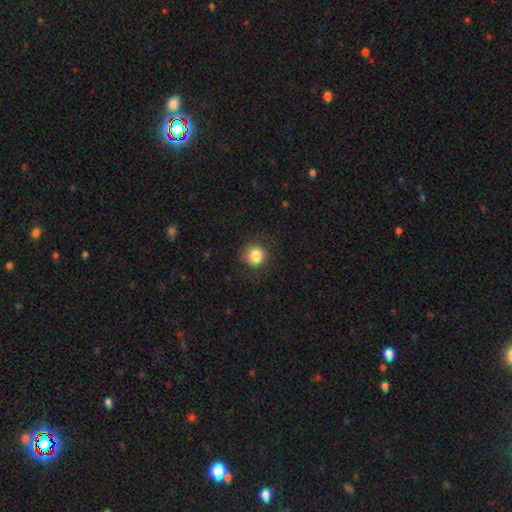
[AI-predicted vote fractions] This is clearly a smooth galaxy (85%). How rounded: clearly round (92%). Merging: clearly none (85%).